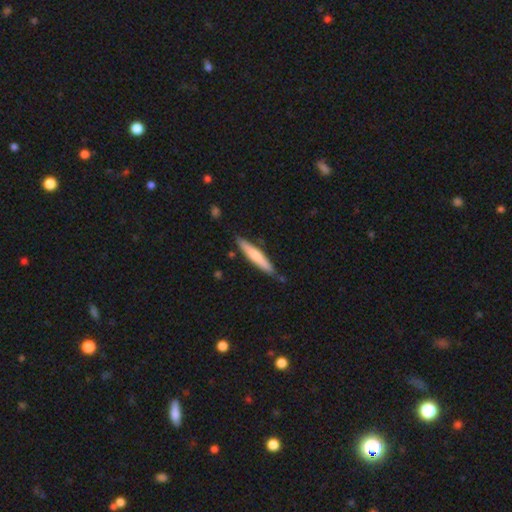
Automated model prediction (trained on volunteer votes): smooth_or_featured: smooth (p=0.63) [alt: featured or disk p=0.32]
how_rounded: cigar-shaped (p=0.91) [alt: in between p=0.08]
merging: none (p=0.82) [alt: minor disturbance p=0.13]